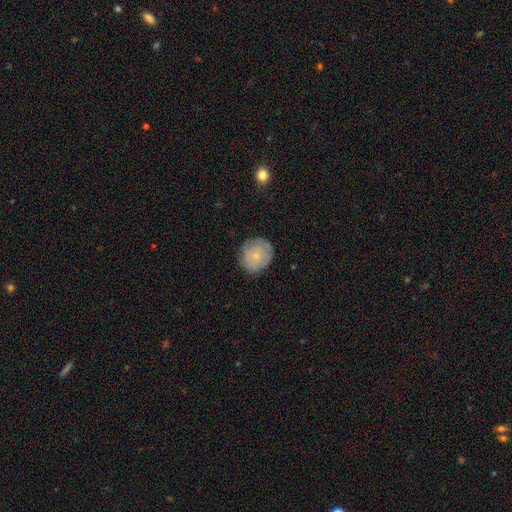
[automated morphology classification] This is likely a smooth galaxy (63%). How rounded: clearly round (81%). Merging: likely none (79%).